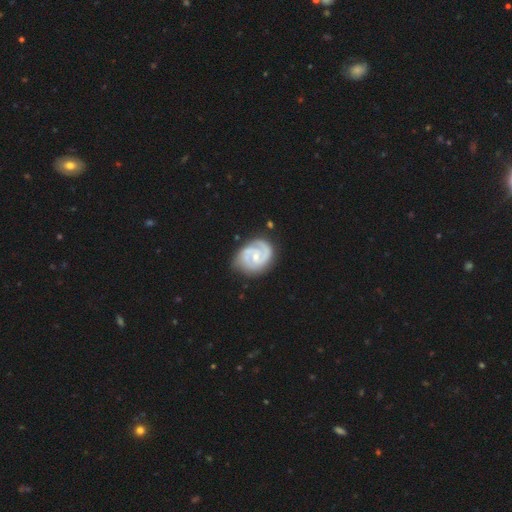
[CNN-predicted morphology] This is clearly a featured or disk galaxy (90%). It is clearly not viewed edge-on (98%). Bar: possibly no (48%). Spiral arm pattern: clearly yes (98%). Spiral arm count: likely 2 (76%). Spiral winding: possibly tight (56%). Central bulge: possibly small (58%). Merging: likely none (74%).